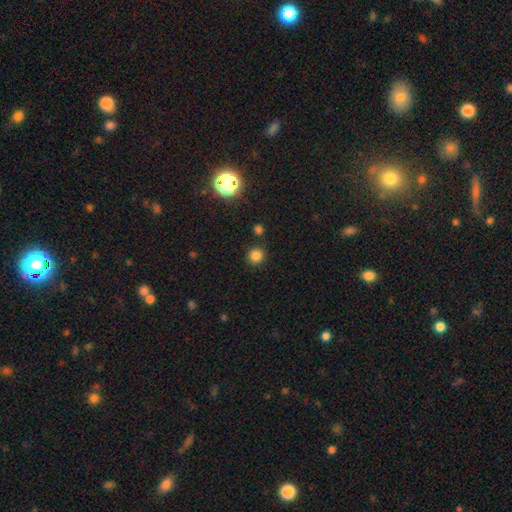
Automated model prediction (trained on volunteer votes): A smooth galaxy with no disk features (81%) that is round (92%). Merging: none (86%).